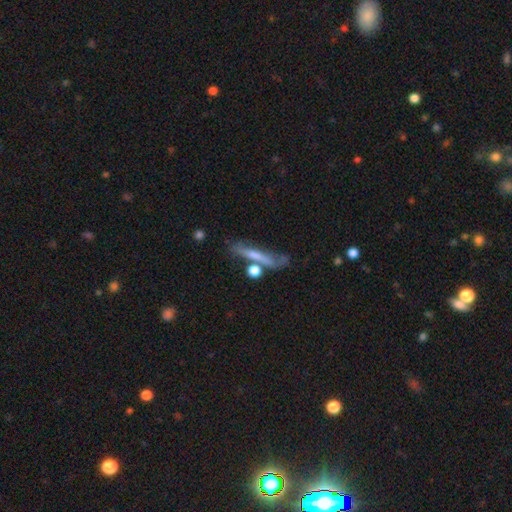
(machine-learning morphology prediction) The model was most divided on "smooth or featured": smooth: 47%, featured or disk: 43%, star or artifact: 10%. More confident: merging — none (59%).